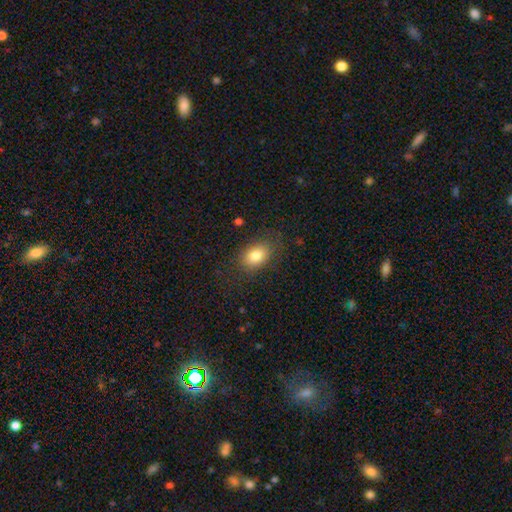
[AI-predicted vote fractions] smooth_or_featured: smooth (p=0.82) [alt: star or artifact p=0.09]
how_rounded: in between (p=0.75) [alt: round p=0.24]
merging: none (p=0.81) [alt: minor disturbance p=0.13]